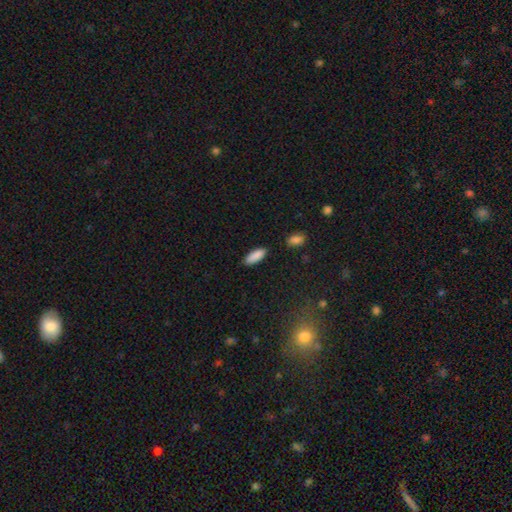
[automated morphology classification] Q: Smooth or featured?
A: smooth (89%); runner-up: star or artifact (7%)
Q: How rounded?
A: in between (71%); runner-up: cigar-shaped (27%)
Q: Merging?
A: none (86%); runner-up: minor disturbance (10%)